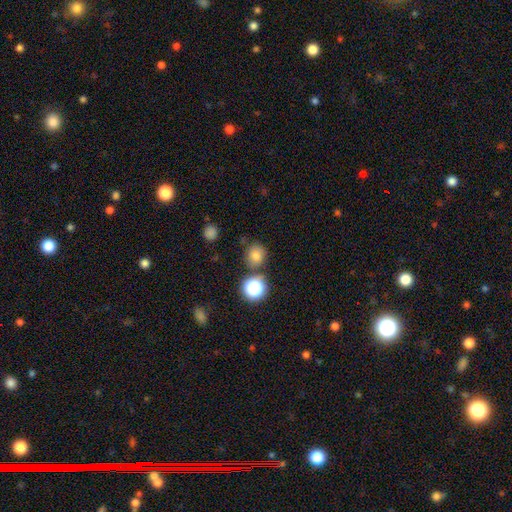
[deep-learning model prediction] This appears to be a smooth galaxy with no disk features (77%) that is round (84%). Merging: none (75%).